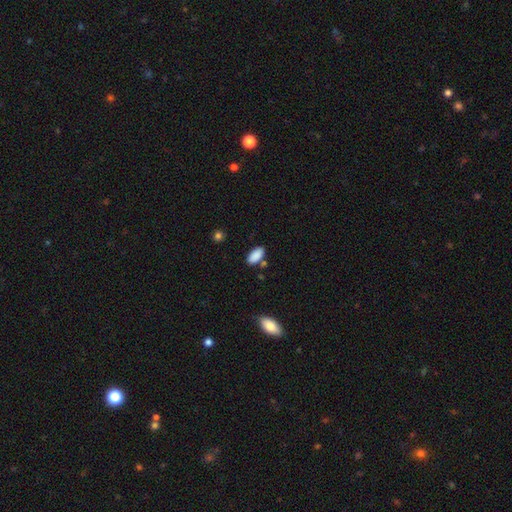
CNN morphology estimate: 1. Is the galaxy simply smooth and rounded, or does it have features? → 89% smooth, 7% star or artifact, 4% featured or disk.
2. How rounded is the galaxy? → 92% in between, 5% cigar-shaped, 2% round.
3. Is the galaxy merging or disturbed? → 78% none, 13% minor disturbance, 6% merger, 3% major disturbance.